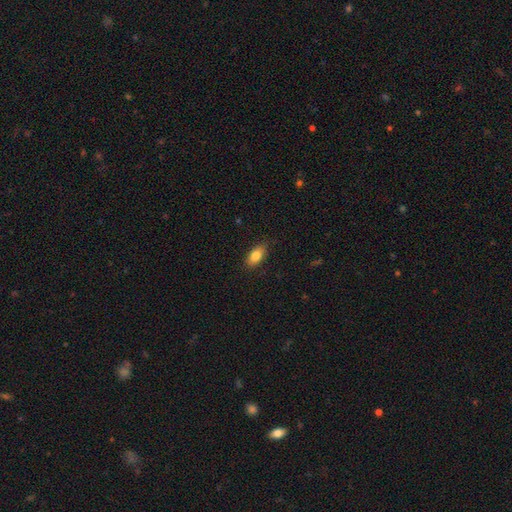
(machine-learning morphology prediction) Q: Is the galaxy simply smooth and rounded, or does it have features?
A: smooth — 84%.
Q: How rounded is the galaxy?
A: in between — 88%.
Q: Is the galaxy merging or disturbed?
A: none — 84%.